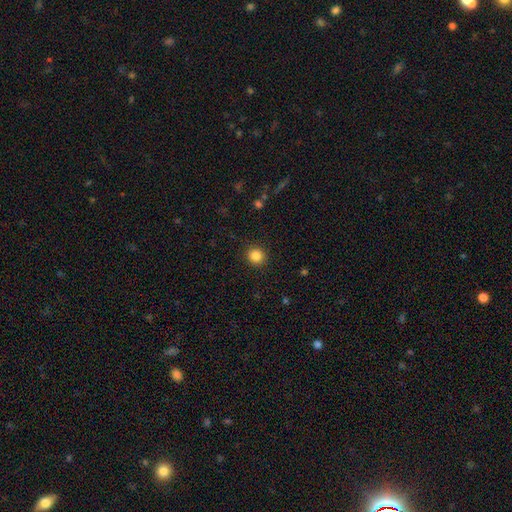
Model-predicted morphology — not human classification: A smooth galaxy with no disk features (84%) that is round (92%). Merging: none (92%).